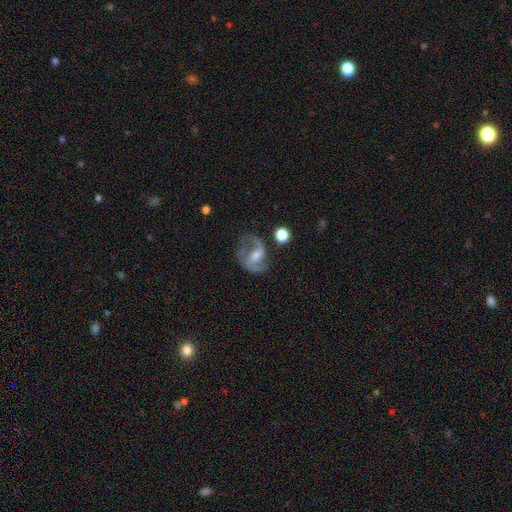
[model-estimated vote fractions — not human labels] This appears to be a featured or disk galaxy (75%) with a weak bar (47%), 2 (80%) medium (46%) spiral arms (87%) and a moderate central bulge (50%). Merging: none (48%).